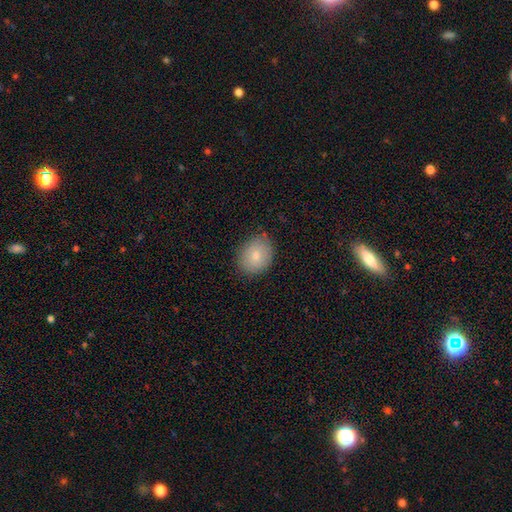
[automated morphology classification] A smooth galaxy with no disk features (79%) that is round (52%). Merging: none (83%).